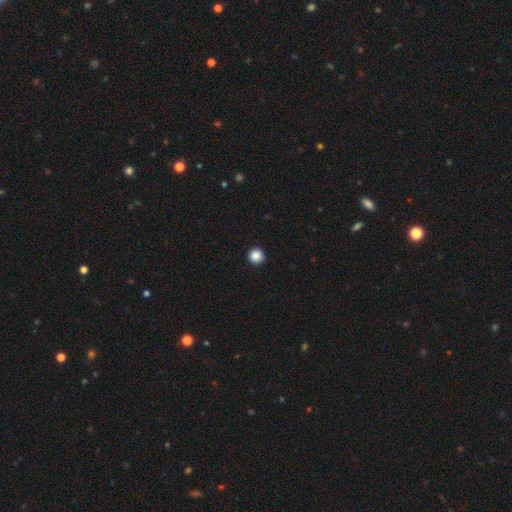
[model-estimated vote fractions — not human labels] Overall: smooth (87%). How rounded: round (96%). Merging: none (93%).